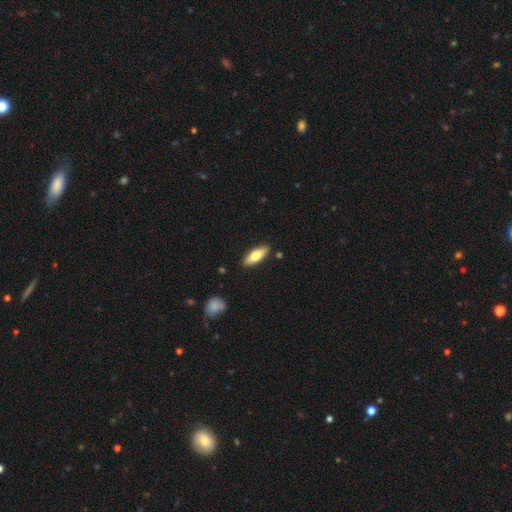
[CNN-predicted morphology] This is likely a smooth galaxy (70%). How rounded: likely in between (64%). Merging: clearly none (87%).